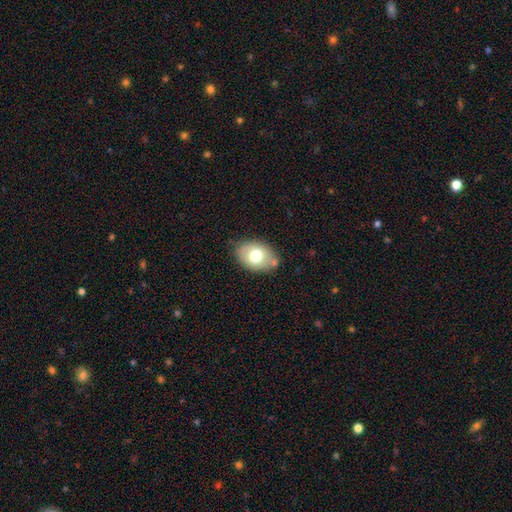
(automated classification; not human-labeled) smooth 70%, featured or disk 22%, star or artifact 8%. Down the decision tree: how rounded — in between (82%); merging — none (71%).